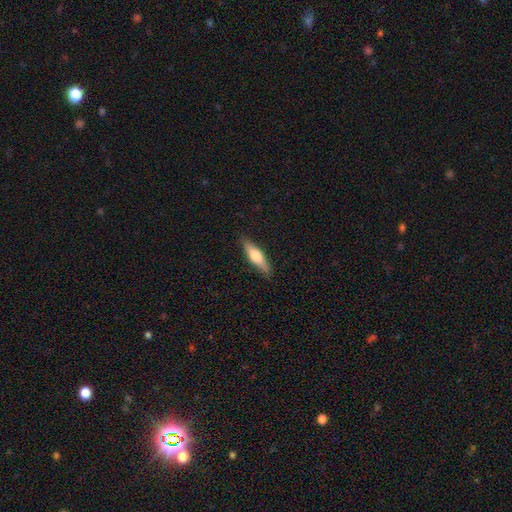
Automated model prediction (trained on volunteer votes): Smooth or featured?
  - smooth: 58% *
  - featured or disk: 36%
  - star or artifact: 6%
How rounded?
  - cigar-shaped: 69% *
  - in between: 29%
  - round: 2%
Merging?
  - none: 86% *
  - minor disturbance: 11%
  - major disturbance: 2%
  - merger: 1%